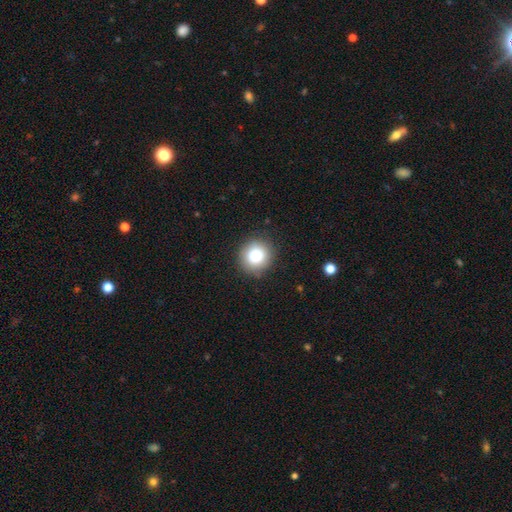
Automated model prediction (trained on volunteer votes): Smooth or featured? smooth (85%)
How rounded? round (90%)
Merging? none (87%)